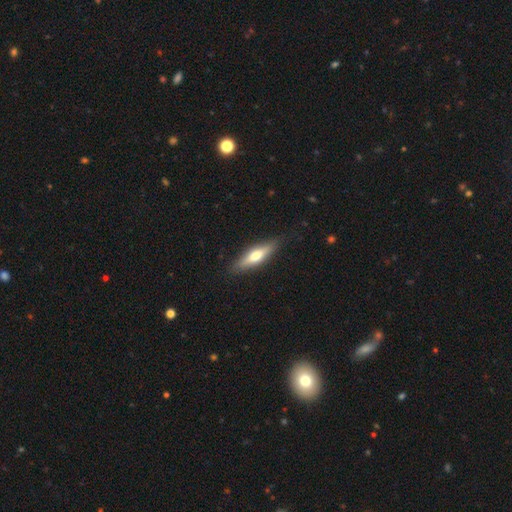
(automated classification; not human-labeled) This appears to be a smooth galaxy with no disk features (52%) that is cigar-shaped (64%). Merging: none (85%).